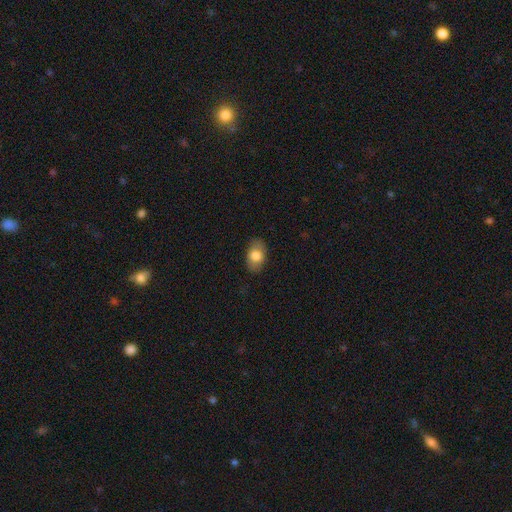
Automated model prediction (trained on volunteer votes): A smooth galaxy with no disk features (78%) that is in between round and cigar-shaped (88%).

Vote fractions:
- Smooth or featured? smooth: 78% / featured or disk: 15% / star or artifact: 7%
- How rounded? in between: 88% / round: 11% / cigar-shaped: 1%
- Merging? none: 84% / minor disturbance: 12% / major disturbance: 3% / merger: 1%